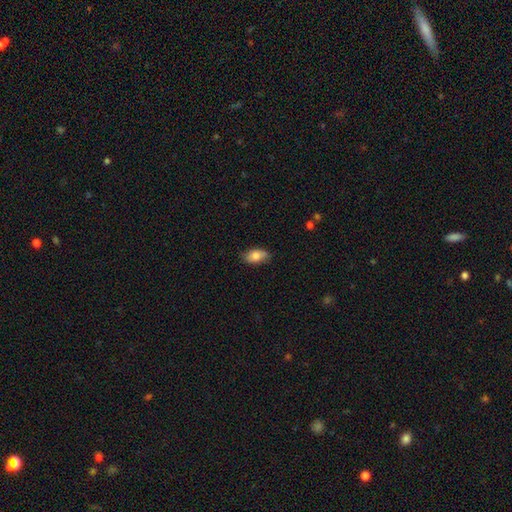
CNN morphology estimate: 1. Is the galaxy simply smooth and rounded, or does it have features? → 80% smooth, 13% featured or disk, 7% star or artifact.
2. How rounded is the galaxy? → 91% in between, 5% round, 4% cigar-shaped.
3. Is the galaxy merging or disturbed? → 78% none, 18% minor disturbance, 3% major disturbance, 1% merger.